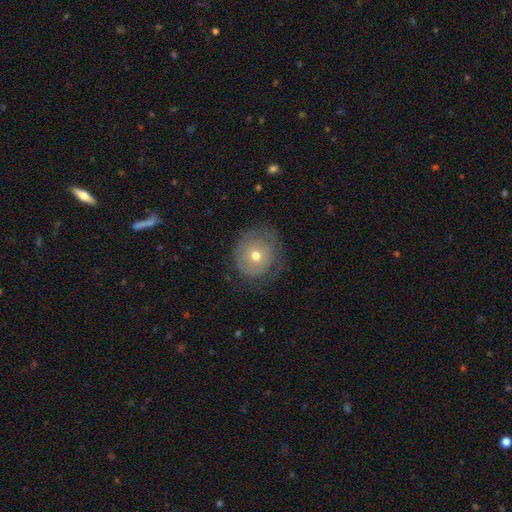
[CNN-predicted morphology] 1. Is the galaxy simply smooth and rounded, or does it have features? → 51% smooth, 39% featured or disk, 9% star or artifact.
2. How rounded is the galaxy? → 85% round, 14% in between, 1% cigar-shaped.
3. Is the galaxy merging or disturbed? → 63% none, 23% minor disturbance, 13% major disturbance, 1% merger.